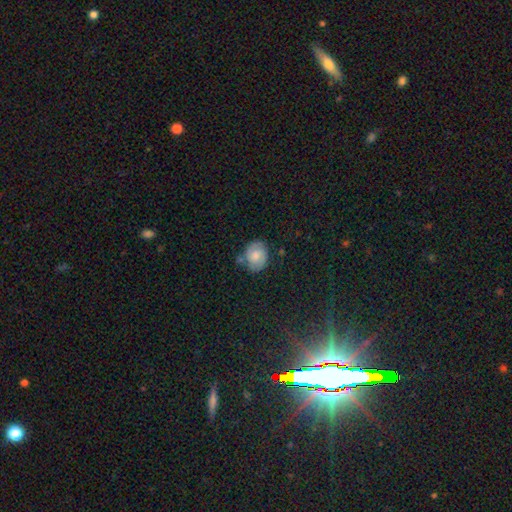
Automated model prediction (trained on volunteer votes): A smooth galaxy with no disk features (61%) that is round (49%, tied with in between). Merging: none (69%).